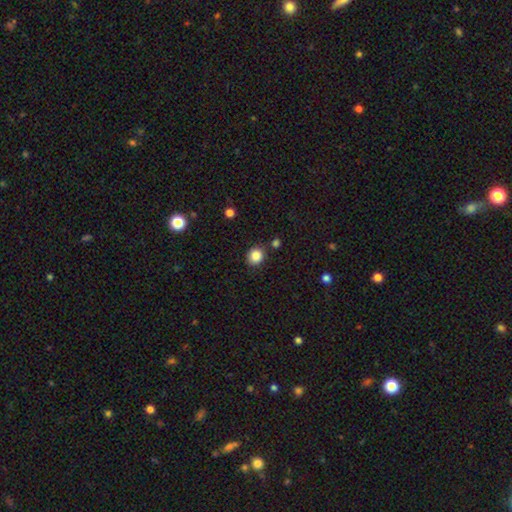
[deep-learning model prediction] Morphology: type=smooth (86%); roundness=round (80%); merging=none (83%).